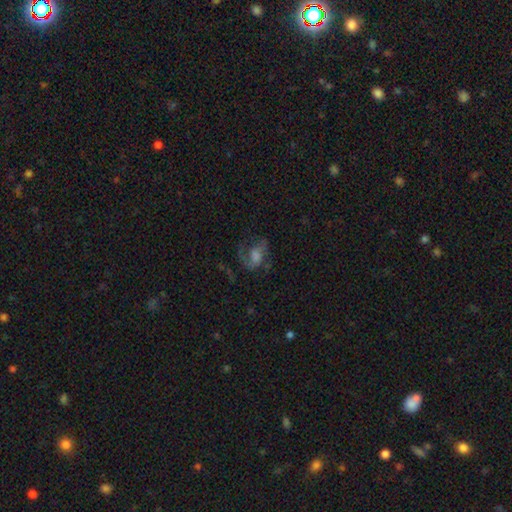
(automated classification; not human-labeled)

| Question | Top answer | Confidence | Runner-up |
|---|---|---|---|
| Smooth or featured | featured or disk | 67% | smooth (21%) |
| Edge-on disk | no | 97% | yes (3%) |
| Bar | no | 48% | weak (40%) |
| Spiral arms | yes | 87% | no (13%) |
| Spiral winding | medium | 48% | loose (35%) |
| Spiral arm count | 2 | 60% | 1 (25%) |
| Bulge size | moderate | 38% | large (24%) |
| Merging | none | 52% | major disturbance (28%) |